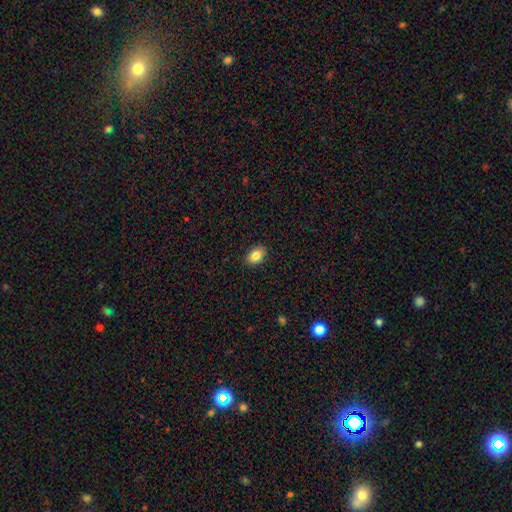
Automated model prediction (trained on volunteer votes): A smooth galaxy with no disk features (84%) that is in between round and cigar-shaped (80%). Merging: none (90%).